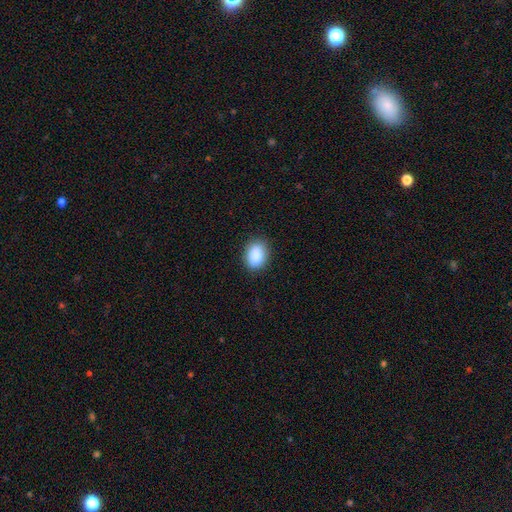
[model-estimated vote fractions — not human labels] Smooth or featured?
  - smooth: 86% *
  - star or artifact: 8%
  - featured or disk: 6%
How rounded?
  - in between: 83% *
  - round: 14%
  - cigar-shaped: 3%
Merging?
  - none: 83% *
  - minor disturbance: 13%
  - major disturbance: 3%
  - merger: 1%